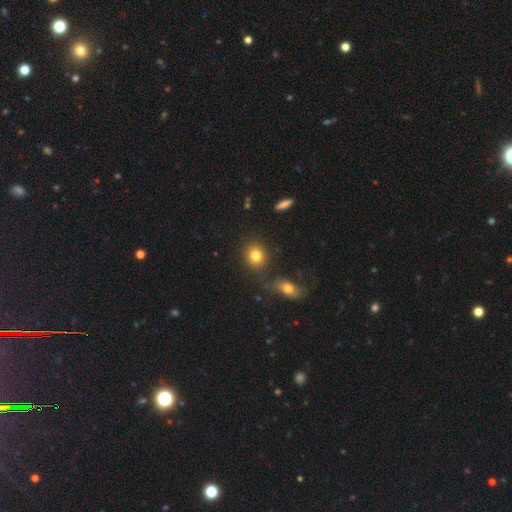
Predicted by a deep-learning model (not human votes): Smooth or featured?
  - smooth: 82% *
  - star or artifact: 10%
  - featured or disk: 8%
How rounded?
  - round: 68% *
  - in between: 31%
  - cigar-shaped: 1%
Merging?
  - none: 81% *
  - minor disturbance: 9%
  - merger: 7%
  - major disturbance: 3%